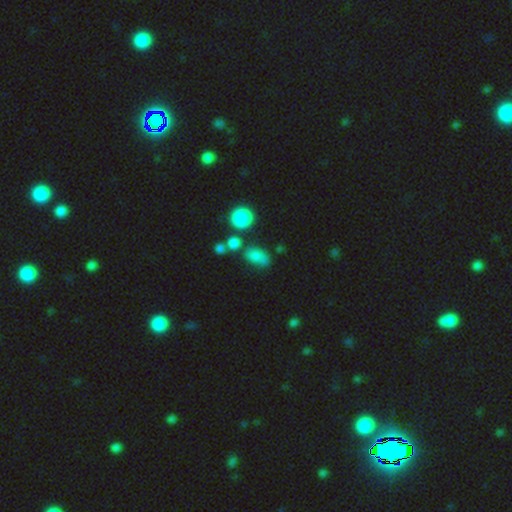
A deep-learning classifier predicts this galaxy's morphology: smooth-or-featured: smooth: 72% | star or artifact: 16% | featured or disk: 12%
  how-rounded: in between: 77% | round: 20% | cigar-shaped: 3%
  merging: none: 49% | minor disturbance: 25% | merger: 15% | major disturbance: 12%